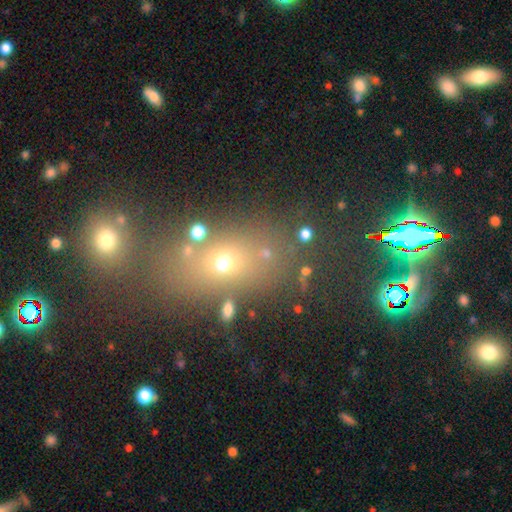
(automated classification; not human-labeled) A smooth galaxy with no disk features (44%).

Vote fractions:
- Smooth or featured? smooth: 44% / star or artifact: 37% / featured or disk: 19%
- Merging? none: 73% / merger: 11% / minor disturbance: 10% / major disturbance: 5%